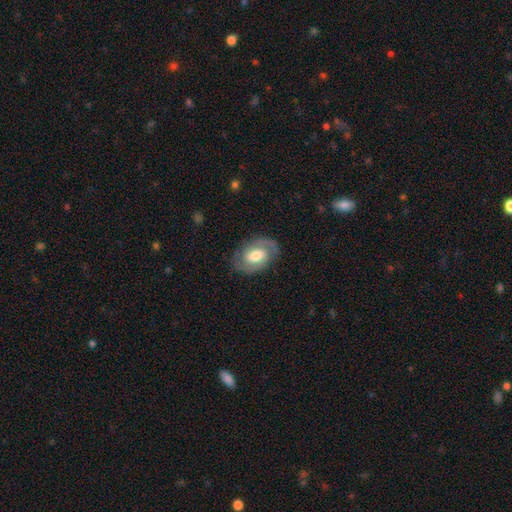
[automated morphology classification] Smooth or featured? featured or disk (73%)
Edge-on disk? no (96%)
Bar? weak (46%)
Spiral arms? yes (88%)
Spiral winding? medium (44%)
Spiral arm count? 2 (86%)
Bulge size? moderate (55%)
Merging? none (82%)